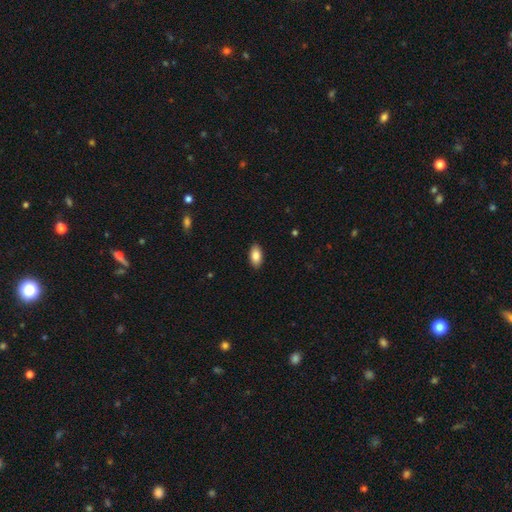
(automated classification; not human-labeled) Smooth or featured? Predicted: smooth (p=0.87). How rounded? Predicted: in between (p=0.93). Merging? Predicted: none (p=0.89).